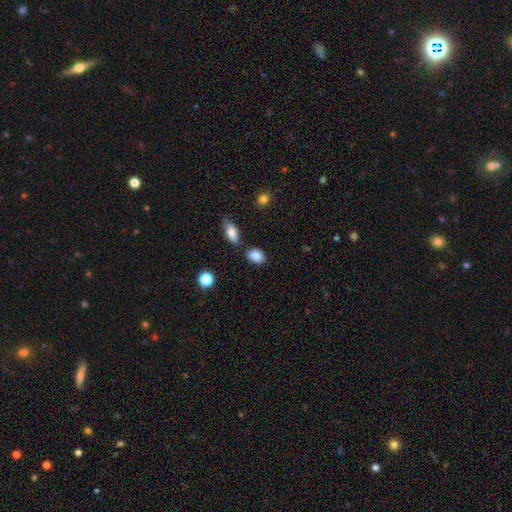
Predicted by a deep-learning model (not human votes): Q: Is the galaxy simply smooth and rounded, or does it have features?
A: smooth — 86%.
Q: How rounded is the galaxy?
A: in between — 71%.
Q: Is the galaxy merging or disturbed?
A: none — 76%.